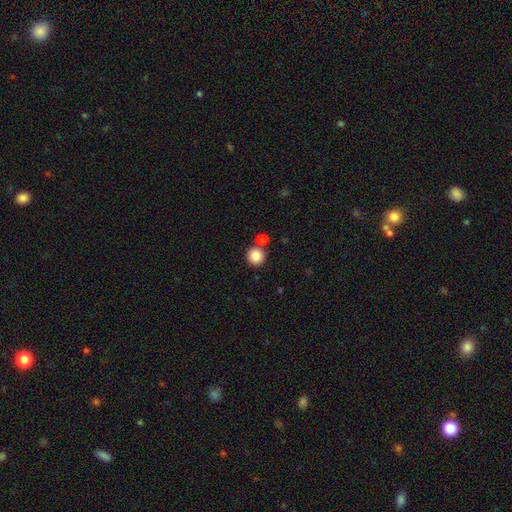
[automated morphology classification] smooth_or_featured: smooth (p=0.85) [alt: star or artifact p=0.09]
how_rounded: round (p=0.94) [alt: in between p=0.05]
merging: none (p=0.73) [alt: merger p=0.18]